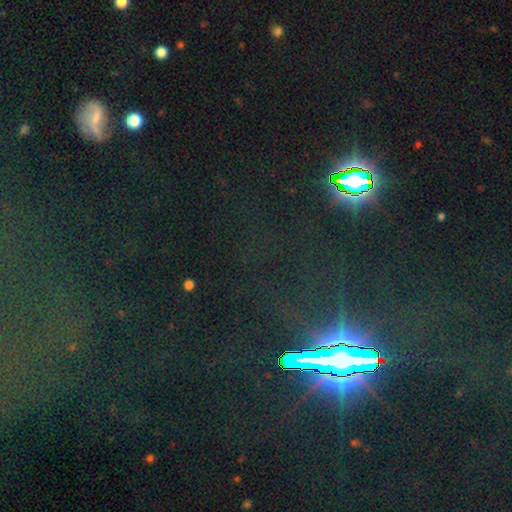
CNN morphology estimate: type=star or artifact (81%).